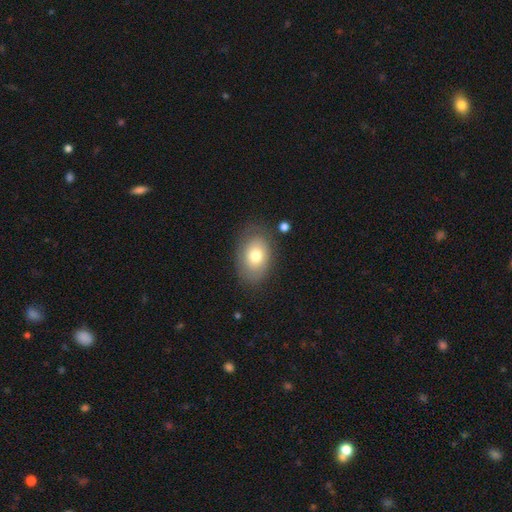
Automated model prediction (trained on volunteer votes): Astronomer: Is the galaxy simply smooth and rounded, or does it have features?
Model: smooth — 69%.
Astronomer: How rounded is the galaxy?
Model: in between — 82%.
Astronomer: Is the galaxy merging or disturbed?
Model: none — 78%.